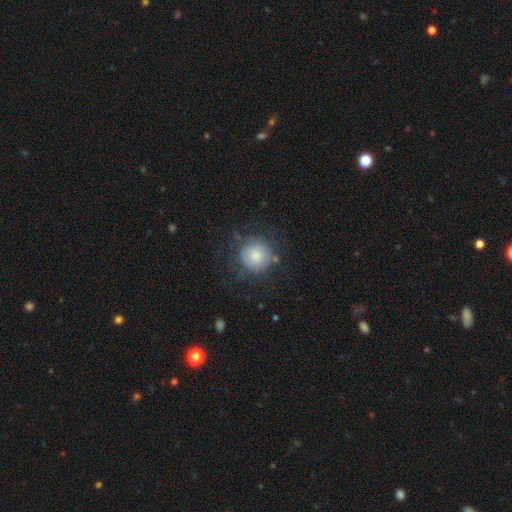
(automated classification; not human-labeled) smooth-or-featured: smooth: 71% | featured or disk: 21% | star or artifact: 8%
  how-rounded: round: 93% | in between: 6% | cigar-shaped: 1%
  merging: none: 66% | minor disturbance: 20% | major disturbance: 11% | merger: 2%